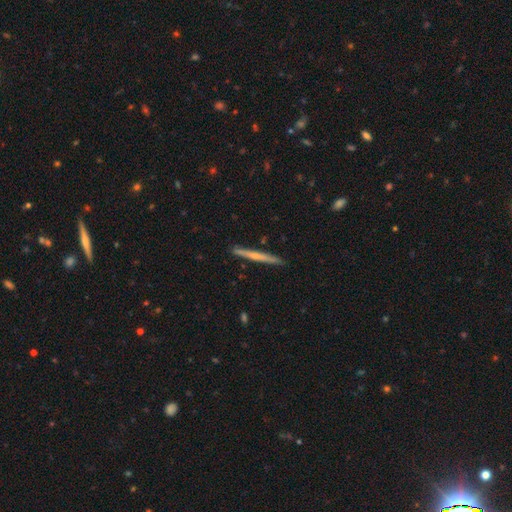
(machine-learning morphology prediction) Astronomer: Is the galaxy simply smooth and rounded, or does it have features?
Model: featured or disk — 58% (runner-up: smooth, 37%).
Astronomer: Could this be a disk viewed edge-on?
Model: yes — 98%.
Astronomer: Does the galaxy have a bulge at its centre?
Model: rounded — 49% (runner-up: none, 46%).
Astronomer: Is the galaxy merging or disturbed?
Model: none — 91%.